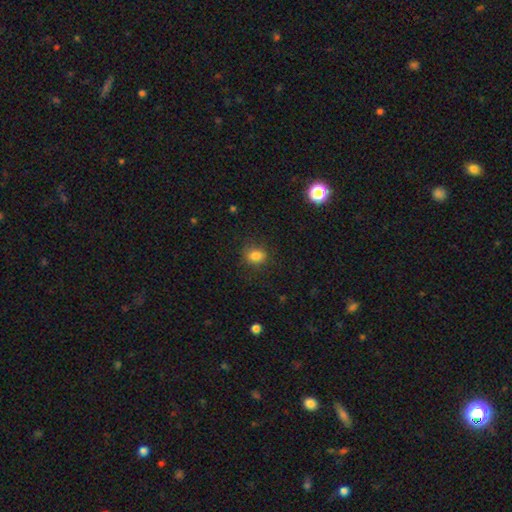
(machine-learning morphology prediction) The model was most divided on "how rounded": round: 51%, in between: 47%, cigar-shaped: 1%. More confident: smooth or featured — smooth (83%); merging — none (79%).